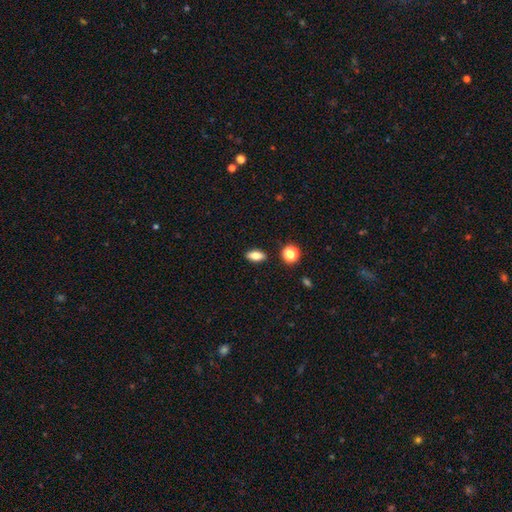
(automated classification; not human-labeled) A smooth galaxy with no disk features (78%) that is in between round and cigar-shaped (82%). Merging: none (88%).